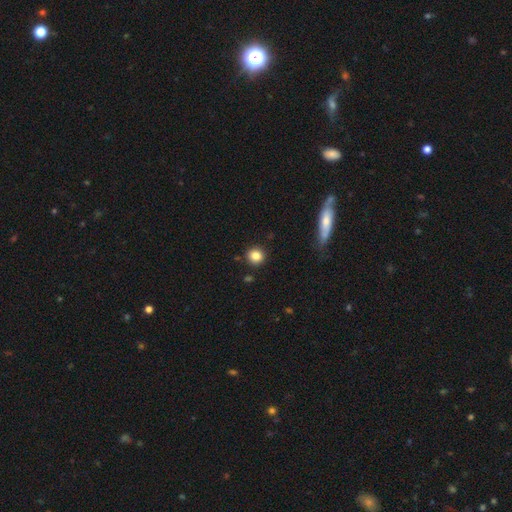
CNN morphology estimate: A smooth galaxy with no disk features (83%) that is round (91%).

Vote fractions:
- Smooth or featured? smooth: 83% / star or artifact: 11% / featured or disk: 6%
- How rounded? round: 91% / in between: 8% / cigar-shaped: 1%
- Merging? none: 89% / minor disturbance: 6% / merger: 2% / major disturbance: 2%